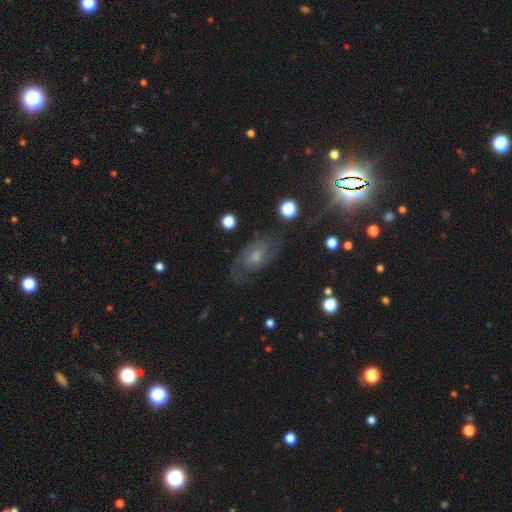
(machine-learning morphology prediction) Smooth or featured?
  - featured or disk: 58% *
  - smooth: 22%
  - star or artifact: 20%
Edge-on disk?
  - no: 93% *
  - yes: 7%
Bar?
  - no: 69% *
  - weak: 26%
  - strong: 5%
Spiral arms?
  - yes: 85% *
  - no: 15%
Bulge size?
  - moderate: 45% *
  - small: 39%
  - none: 7%
  - large: 7%
  - dominant: 2%
Merging?
  - none: 66% *
  - minor disturbance: 19%
  - major disturbance: 13%
  - merger: 2%